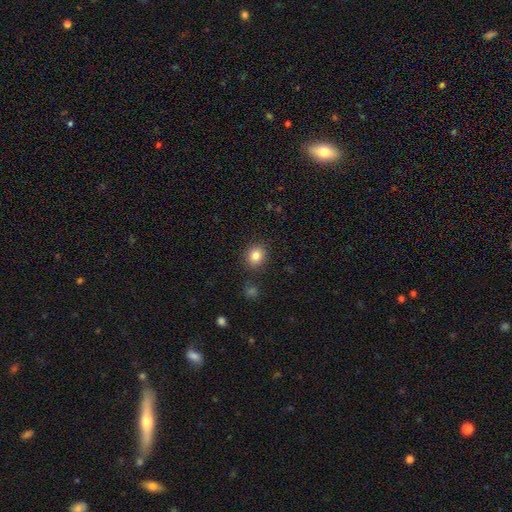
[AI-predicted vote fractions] The model was most divided on "how rounded": round: 77%, in between: 22%, cigar-shaped: 1%. More confident: merging — none (87%); smooth or featured — smooth (83%).